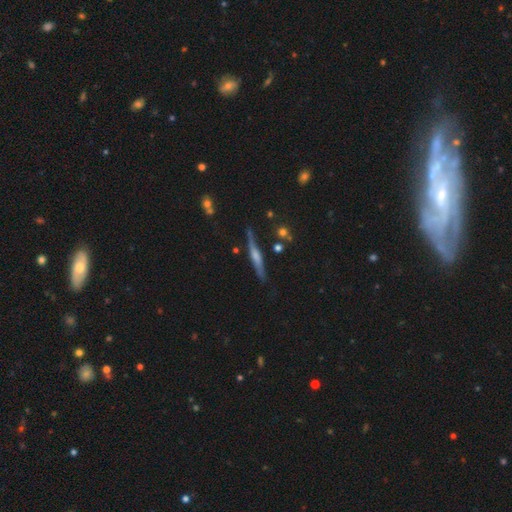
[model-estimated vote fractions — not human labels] smooth_or_featured: featured or disk (p=0.65) [alt: smooth p=0.27]
disk_edge_on: yes (p=0.95) [alt: no p=0.05]
edge_on_bulge: rounded (p=0.55) [alt: none p=0.23]
merging: none (p=0.81) [alt: minor disturbance p=0.13]